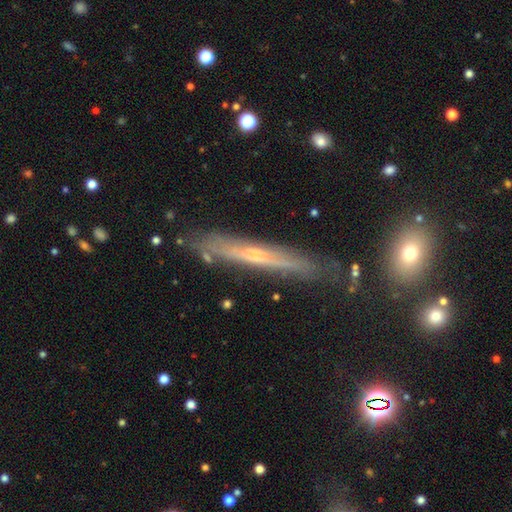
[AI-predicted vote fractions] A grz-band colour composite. It shows a featured or disk galaxy (67%) viewed edge-on (89%) with a rounded central bulge (59%). Merging: none (79%).